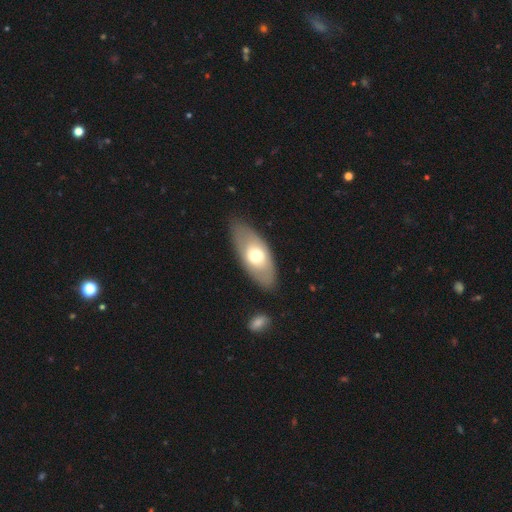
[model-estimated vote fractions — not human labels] Smooth or featured? Predicted: smooth (p=0.55). How rounded? Predicted: in between (p=0.87). Merging? Predicted: none (p=0.82).